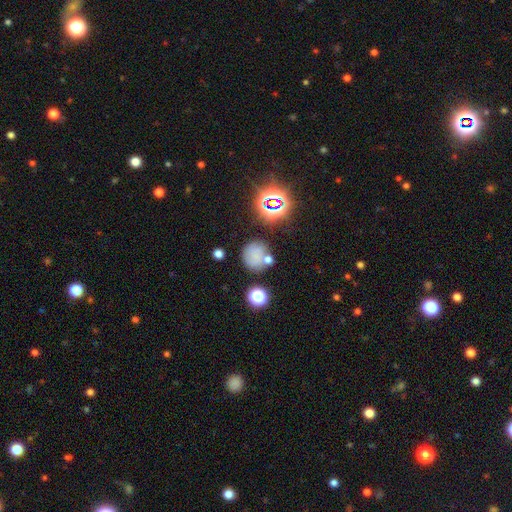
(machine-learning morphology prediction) smooth-or-featured: smooth: 62% | star or artifact: 23% | featured or disk: 15%
  how-rounded: round: 87% | in between: 12% | cigar-shaped: 1%
  merging: none: 63% | merger: 16% | minor disturbance: 15% | major disturbance: 6%